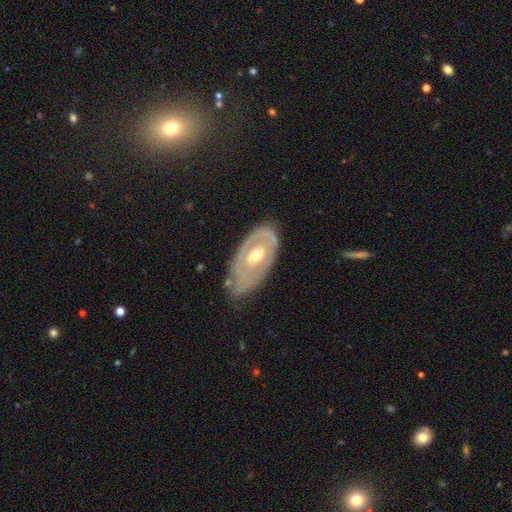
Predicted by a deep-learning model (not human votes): Morphology: type=featured or disk (74%); edge-on=no (92%); bar=no (66%); spiral arms=yes (51%); bulge=moderate (62%); merging=none (58%).